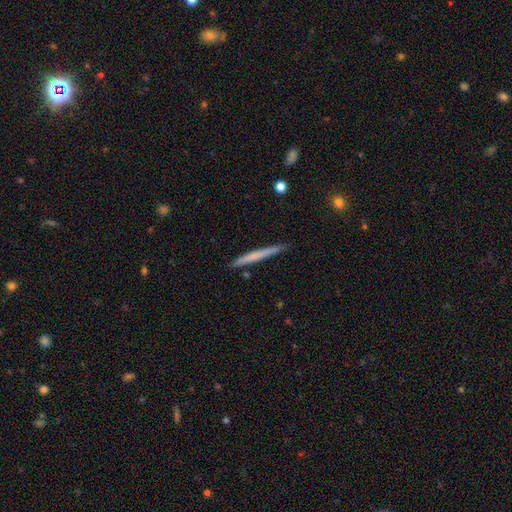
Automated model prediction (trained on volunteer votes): Smooth or featured?
  - smooth: 56% *
  - featured or disk: 39%
  - star or artifact: 5%
How rounded?
  - cigar-shaped: 97% *
  - in between: 2%
  - round: 1%
Merging?
  - none: 87% *
  - minor disturbance: 10%
  - merger: 2%
  - major disturbance: 2%